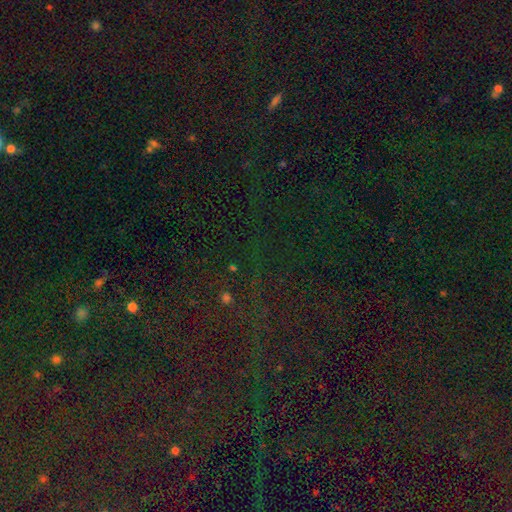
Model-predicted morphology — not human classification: Q: Smooth or featured?
A: star or artifact (83%); runner-up: smooth (10%)